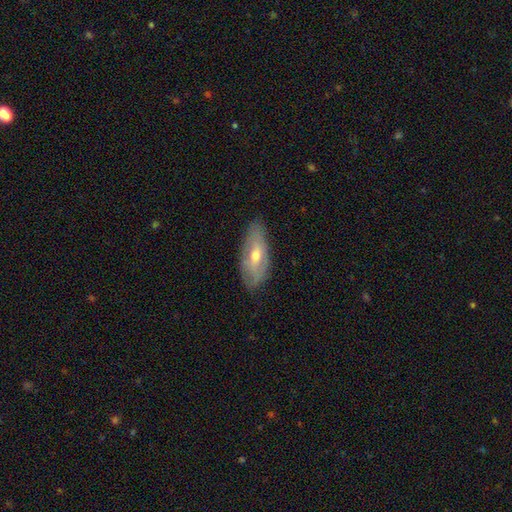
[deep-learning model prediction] A featured or disk galaxy (51%).

Vote fractions:
- Smooth or featured? featured or disk: 51% / smooth: 43% / star or artifact: 7%
- Edge-on disk? no: 75% / yes: 25%
- Merging? none: 77% / minor disturbance: 17% / major disturbance: 4% / merger: 1%